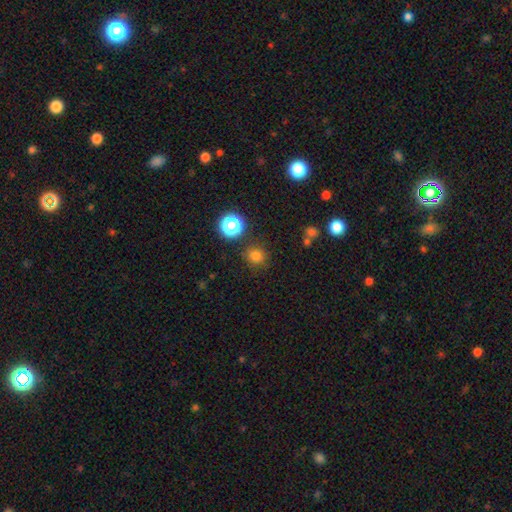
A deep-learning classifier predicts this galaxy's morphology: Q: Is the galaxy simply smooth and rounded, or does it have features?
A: smooth — 77%.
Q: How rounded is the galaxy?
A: round — 88%.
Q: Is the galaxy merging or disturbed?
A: none — 85%.